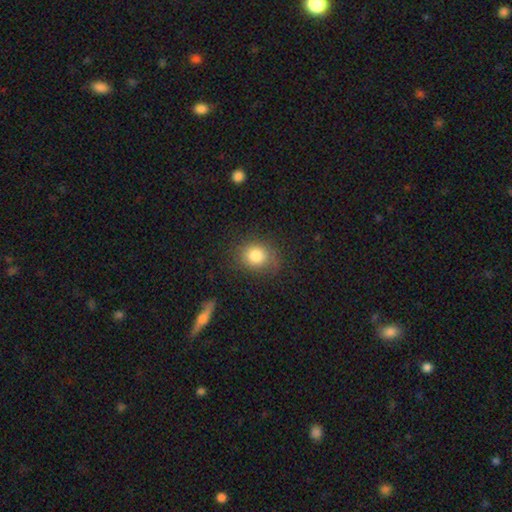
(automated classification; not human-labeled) Smooth or featured: smooth — 82% (star or artifact — 10%)
How rounded: round — 62% (in between — 37%)
Merging: none — 78% (minor disturbance — 15%)